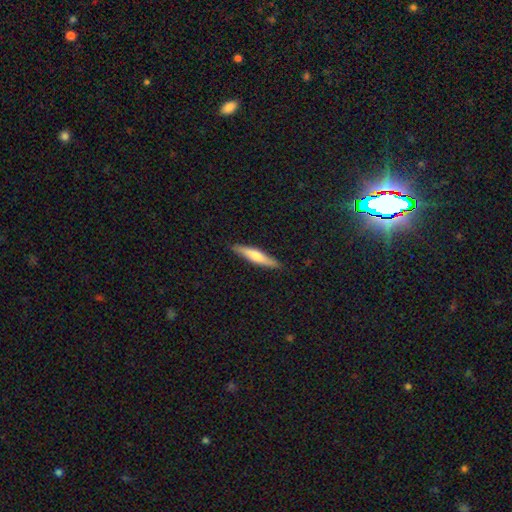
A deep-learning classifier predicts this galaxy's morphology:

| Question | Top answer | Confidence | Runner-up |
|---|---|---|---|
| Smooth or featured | smooth | 59% | featured or disk (35%) |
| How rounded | cigar-shaped | 89% | in between (10%) |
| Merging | none | 89% | minor disturbance (8%) |